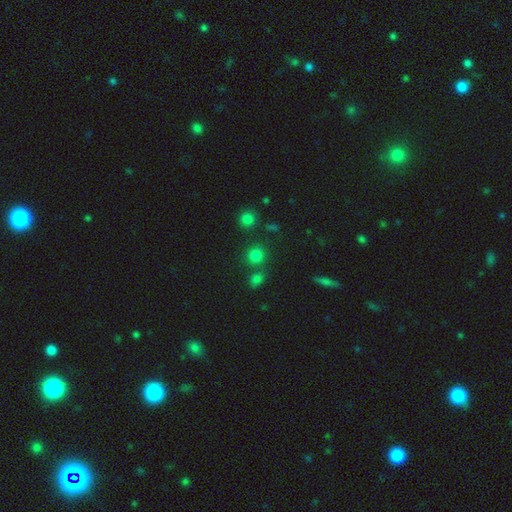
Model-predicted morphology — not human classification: smooth_or_featured: smooth (p=0.77) [alt: star or artifact p=0.17]
how_rounded: round (p=0.88) [alt: in between p=0.11]
merging: none (p=0.73) [alt: merger p=0.15]